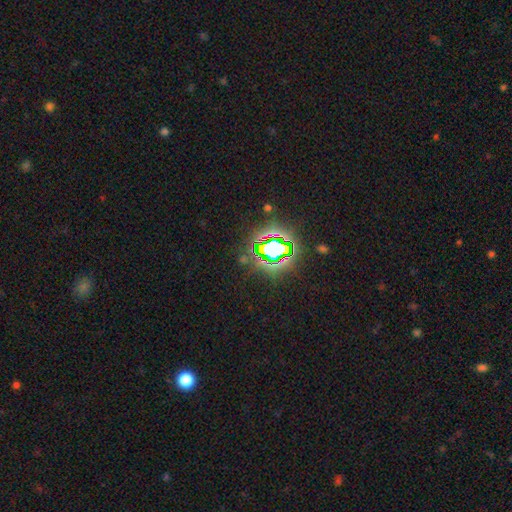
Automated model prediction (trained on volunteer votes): This is clearly a star or artifact rather than a galaxy (82%).